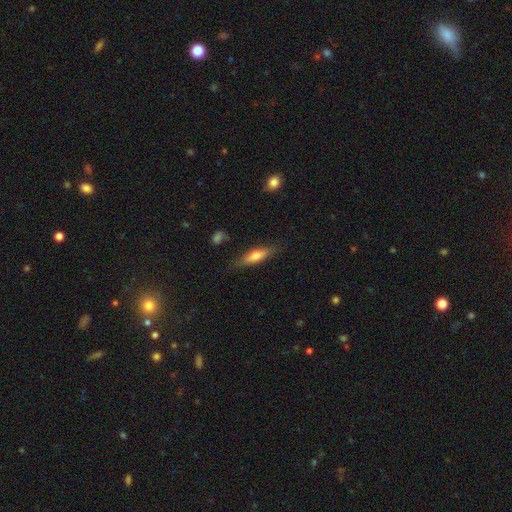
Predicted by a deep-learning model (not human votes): smooth-or-featured: smooth: 63% | featured or disk: 30% | star or artifact: 7%
  how-rounded: cigar-shaped: 64% | in between: 34% | round: 2%
  merging: none: 79% | minor disturbance: 15% | major disturbance: 4% | merger: 2%